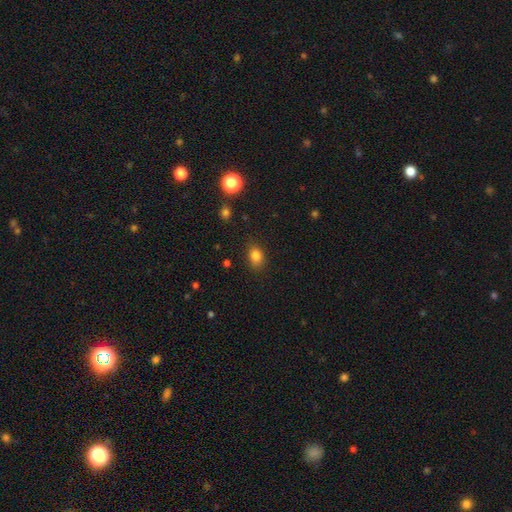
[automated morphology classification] A smooth galaxy with no disk features (81%) that is in between round and cigar-shaped (65%).

Vote fractions:
- Smooth or featured? smooth: 81% / star or artifact: 12% / featured or disk: 6%
- How rounded? in between: 65% / round: 33% / cigar-shaped: 1%
- Merging? none: 79% / minor disturbance: 15% / major disturbance: 4% / merger: 2%